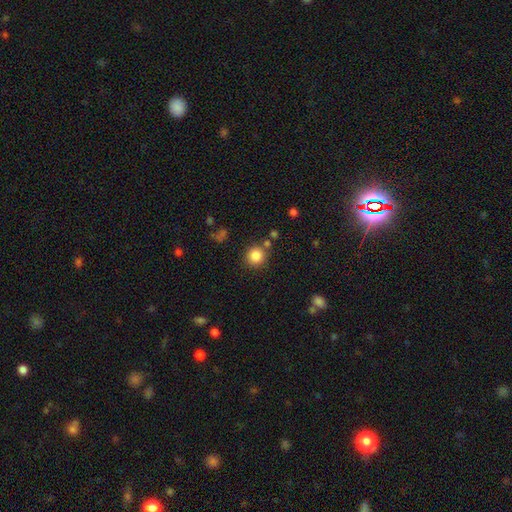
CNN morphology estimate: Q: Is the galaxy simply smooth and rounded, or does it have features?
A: smooth — 84%.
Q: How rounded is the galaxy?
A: round — 91%.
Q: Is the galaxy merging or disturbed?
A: none — 81%.